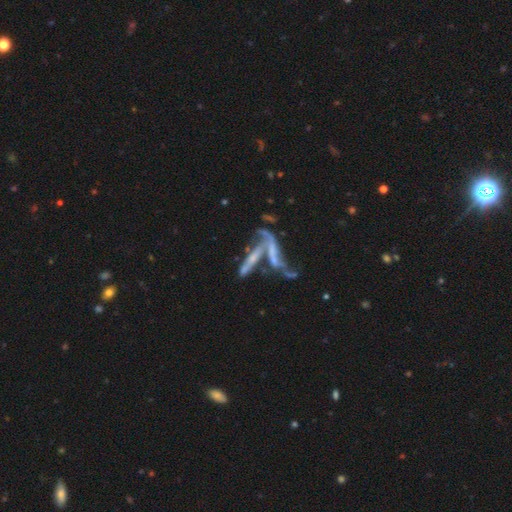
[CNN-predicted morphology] smooth_or_featured: featured or disk (p=0.67) [alt: smooth p=0.18]
disk_edge_on: no (p=0.67) [alt: yes p=0.33]
merging: merger (p=0.57) [alt: none p=0.18]